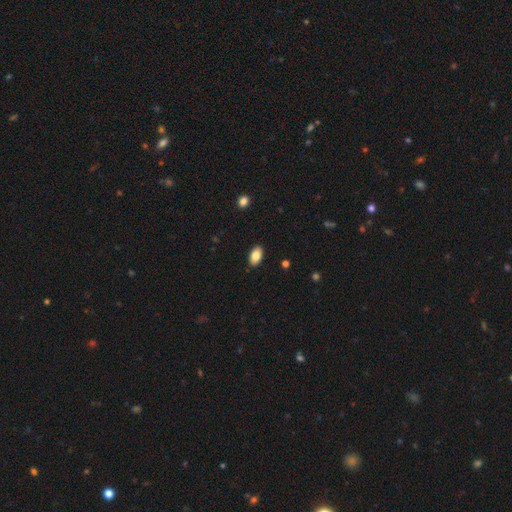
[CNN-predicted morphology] A smooth galaxy with no disk features (84%) that is in between round and cigar-shaped (94%). Merging: none (89%).